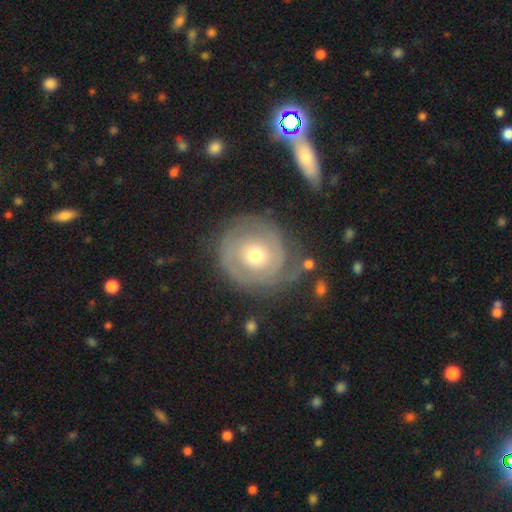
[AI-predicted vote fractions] smooth_or_featured: featured or disk (p=0.71) [alt: smooth p=0.23]
disk_edge_on: no (p=0.97) [alt: yes p=0.03]
bar: no (p=0.80) [alt: weak p=0.16]
has_spiral_arms: yes (p=0.78) [alt: no p=0.22]
spiral_winding: tight (p=0.71) [alt: medium p=0.21]
spiral_arm_count: 2 (p=0.42) [alt: can't tell p=0.31]
bulge_size: moderate (p=0.65) [alt: small p=0.28]
merging: none (p=0.69) [alt: minor disturbance p=0.18]